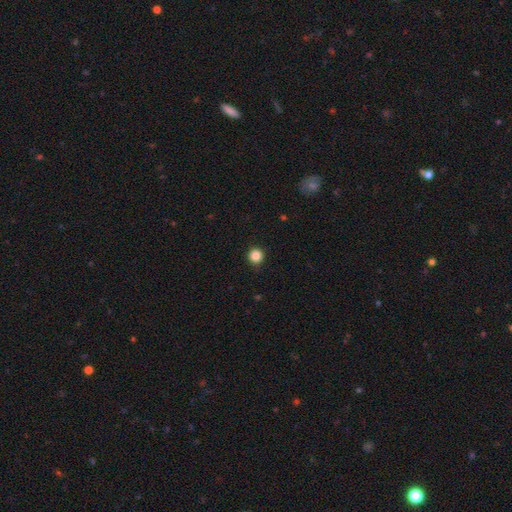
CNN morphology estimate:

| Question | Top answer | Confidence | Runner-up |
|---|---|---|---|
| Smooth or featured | smooth | 85% | star or artifact (11%) |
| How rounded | round | 95% | in between (5%) |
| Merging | none | 91% | minor disturbance (6%) |